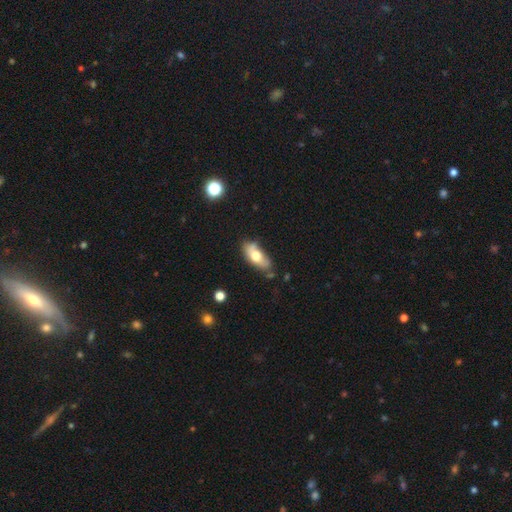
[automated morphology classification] The model was most divided on "smooth or featured": smooth: 64%, featured or disk: 29%, star or artifact: 7%. More confident: how rounded — in between (83%); merging — none (62%).